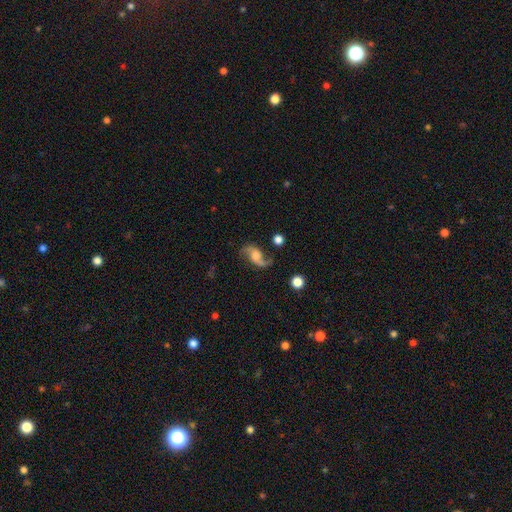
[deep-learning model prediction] smooth_or_featured: featured or disk (p=0.85) [alt: smooth p=0.09]
disk_edge_on: no (p=0.96) [alt: yes p=0.04]
bar: no (p=0.59) [alt: weak p=0.33]
has_spiral_arms: yes (p=0.96) [alt: no p=0.04]
spiral_winding: loose (p=0.82) [alt: medium p=0.15]
spiral_arm_count: 2 (p=0.92) [alt: 1 p=0.03]
bulge_size: moderate (p=0.42) [alt: small p=0.23]
merging: none (p=0.74) [alt: minor disturbance p=0.15]